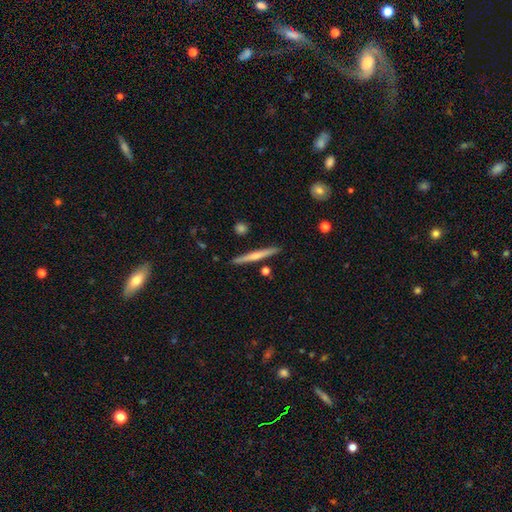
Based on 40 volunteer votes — Q: Smooth or featured?
A: featured or disk (55%); runner-up: smooth (40%)
Q: Edge-on disk?
A: yes (95%); runner-up: no (5%)
Q: Edge-on bulge?
A: rounded (62%); runner-up: none (33%)
Q: Merging?
A: none (95%); runner-up: minor disturbance (3%)